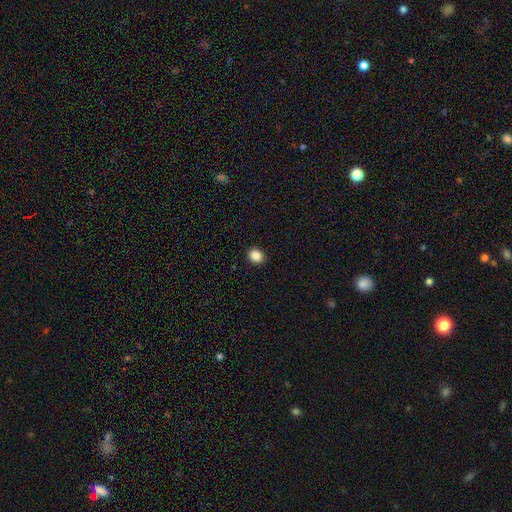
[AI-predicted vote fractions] Overall: smooth (87%). How rounded: round (71%). Merging: none (91%).